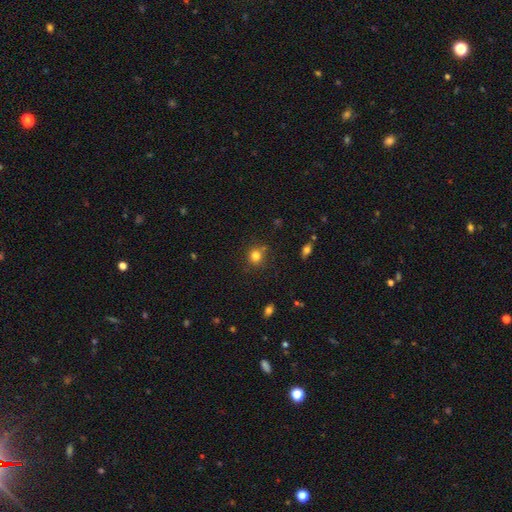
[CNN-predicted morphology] smooth 80%, star or artifact 13%, featured or disk 6%. Down the decision tree: how rounded — round (83%); merging — none (77%).